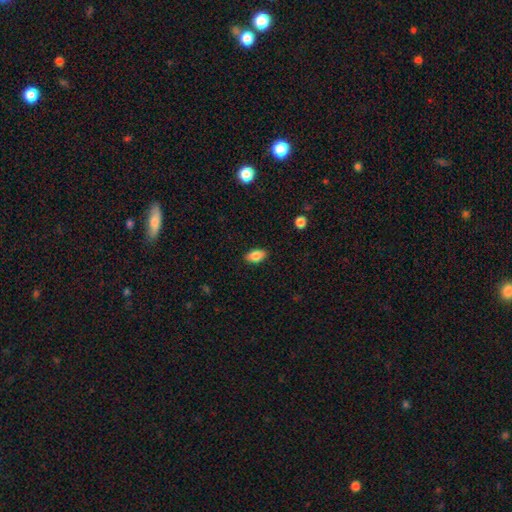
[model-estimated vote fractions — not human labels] This appears to be a smooth galaxy with no disk features (85%) that is in between round and cigar-shaped (91%). Merging: none (88%).